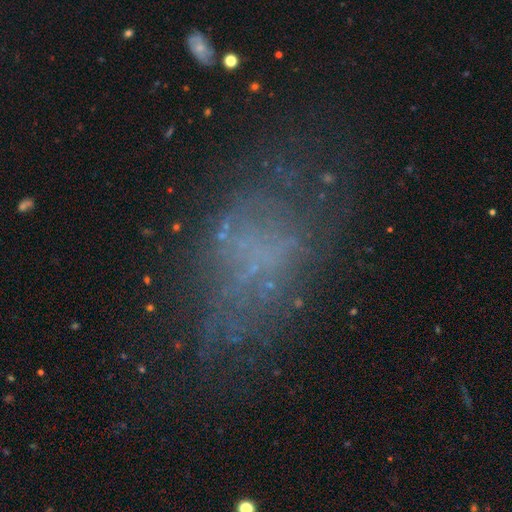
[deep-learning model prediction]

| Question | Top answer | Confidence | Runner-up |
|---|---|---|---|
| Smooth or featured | featured or disk | 37% | tied: smooth (37%) |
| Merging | none | 52% | major disturbance (25%) |